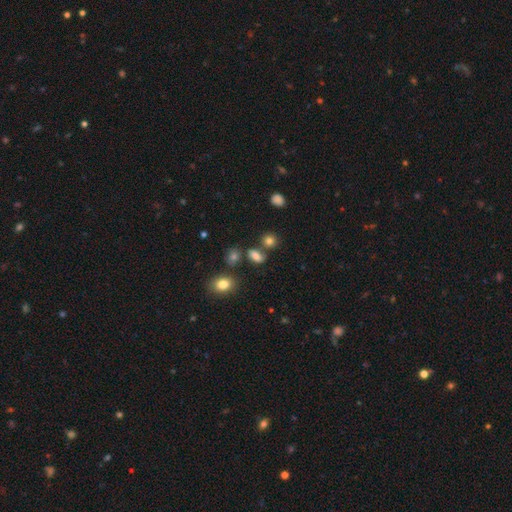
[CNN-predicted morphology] This appears to be a smooth galaxy with no disk features (79%) that is in between round and cigar-shaped (71%). Merging: none (65%).